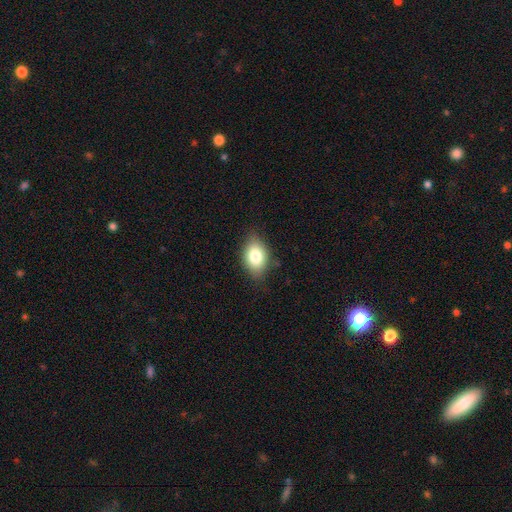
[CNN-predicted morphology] smooth 80%, featured or disk 12%, star or artifact 8%. Down the decision tree: how rounded — in between (82%); merging — none (78%).